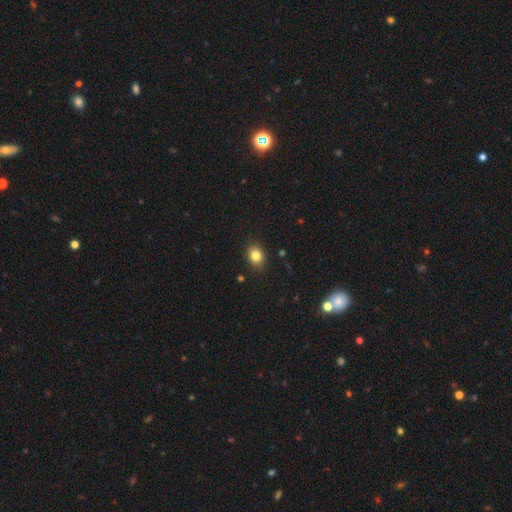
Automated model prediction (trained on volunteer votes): smooth_or_featured: smooth (p=0.82) [alt: star or artifact p=0.10]
how_rounded: in between (p=0.62) [alt: round p=0.37]
merging: none (p=0.88) [alt: minor disturbance p=0.09]